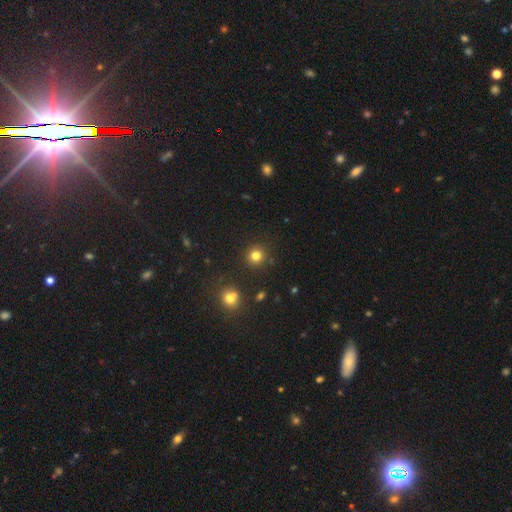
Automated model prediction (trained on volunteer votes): Smooth or featured? Predicted: smooth (p=0.80). How rounded? Predicted: round (p=0.93). Merging? Predicted: none (p=0.88).